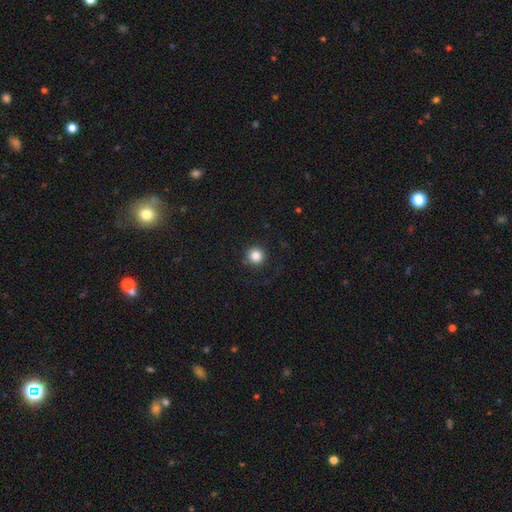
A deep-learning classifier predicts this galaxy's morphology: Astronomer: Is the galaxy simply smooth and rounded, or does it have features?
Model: smooth — 84%.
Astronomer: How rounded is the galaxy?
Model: round — 96%.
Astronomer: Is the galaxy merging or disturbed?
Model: none — 90%.